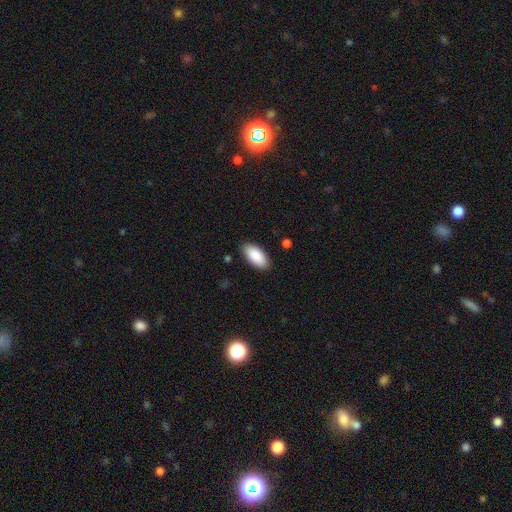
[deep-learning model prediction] A smooth galaxy with no disk features (89%) that is in between round and cigar-shaped (93%).

Vote fractions:
- Smooth or featured? smooth: 89% / star or artifact: 6% / featured or disk: 5%
- How rounded? in between: 93% / cigar-shaped: 5% / round: 2%
- Merging? none: 88% / minor disturbance: 9% / major disturbance: 2% / merger: 1%